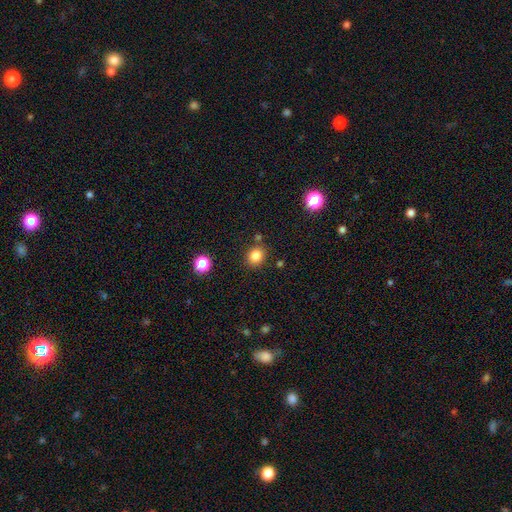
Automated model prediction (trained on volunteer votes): Smooth or featured: smooth — 83% (star or artifact — 12%)
How rounded: round — 74% (in between — 25%)
Merging: none — 84% (minor disturbance — 9%)